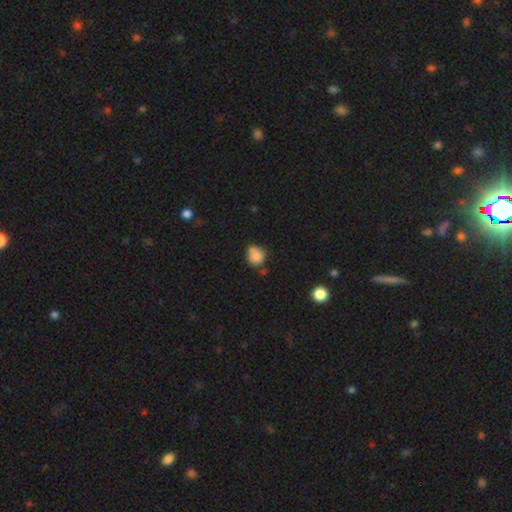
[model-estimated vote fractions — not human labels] smooth-or-featured: smooth: 82% | star or artifact: 10% | featured or disk: 8%
  how-rounded: round: 76% | in between: 23% | cigar-shaped: 1%
  merging: none: 55% | minor disturbance: 25% | merger: 15% | major disturbance: 6%